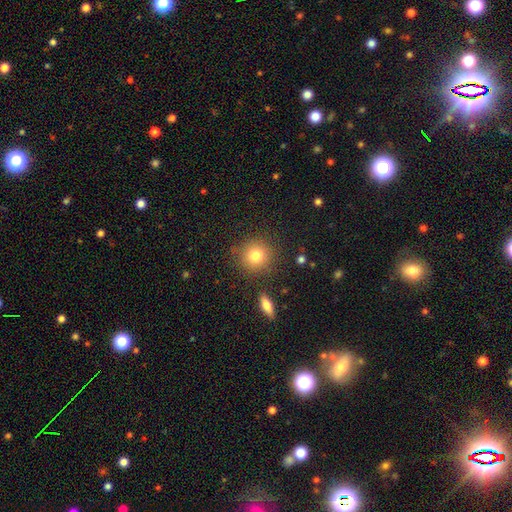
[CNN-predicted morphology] This is clearly a smooth galaxy (81%). How rounded: clearly round (90%). Merging: clearly none (85%).